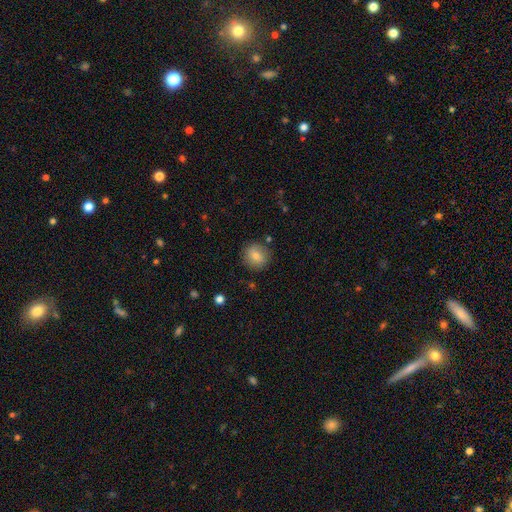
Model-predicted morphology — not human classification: Q: Smooth or featured?
A: smooth (79%); runner-up: featured or disk (12%)
Q: How rounded?
A: round (89%); runner-up: in between (10%)
Q: Merging?
A: none (87%); runner-up: minor disturbance (9%)